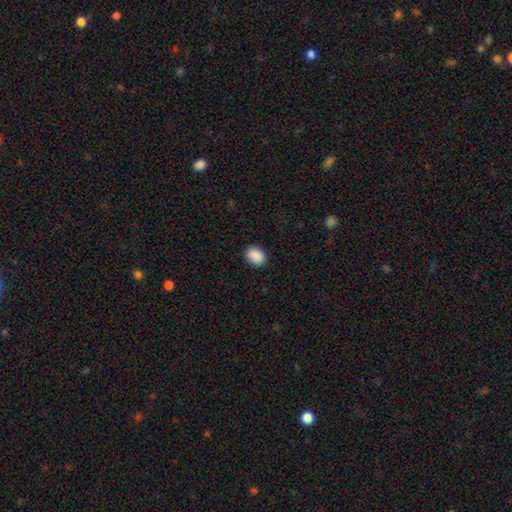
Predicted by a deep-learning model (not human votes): Smooth or featured? smooth (90%)
How rounded? in between (69%)
Merging? none (88%)